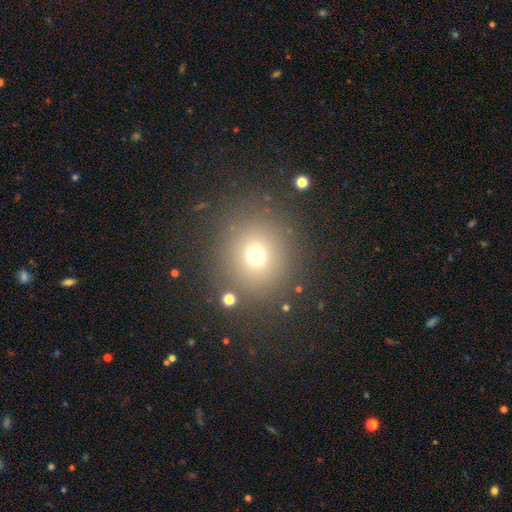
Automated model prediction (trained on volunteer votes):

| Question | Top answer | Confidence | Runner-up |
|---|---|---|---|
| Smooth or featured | smooth | 70% | star or artifact (21%) |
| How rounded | round | 90% | in between (9%) |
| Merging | none | 85% | minor disturbance (7%) |